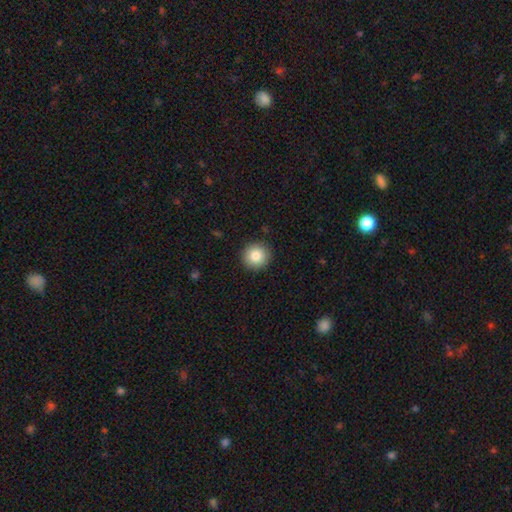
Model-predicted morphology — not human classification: Smooth or featured?
  - smooth: 85% *
  - star or artifact: 9%
  - featured or disk: 7%
How rounded?
  - round: 95% *
  - in between: 4%
  - cigar-shaped: 1%
Merging?
  - none: 92% *
  - minor disturbance: 6%
  - major disturbance: 2%
  - merger: 1%